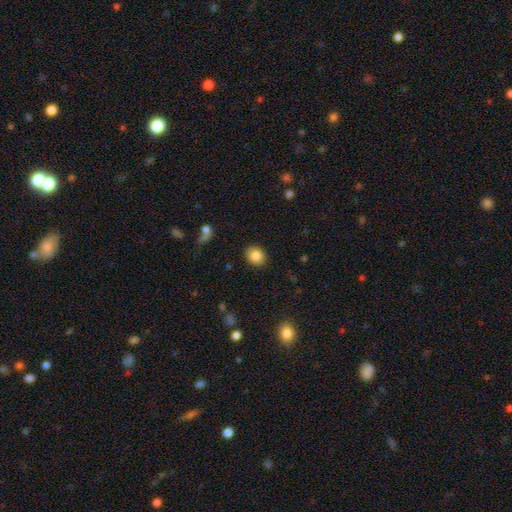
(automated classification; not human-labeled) A smooth galaxy with no disk features (83%) that is round (53%).

Vote fractions:
- Smooth or featured? smooth: 83% / star or artifact: 9% / featured or disk: 8%
- How rounded? round: 53% / in between: 46% / cigar-shaped: 1%
- Merging? none: 88% / minor disturbance: 8% / major disturbance: 2% / merger: 1%